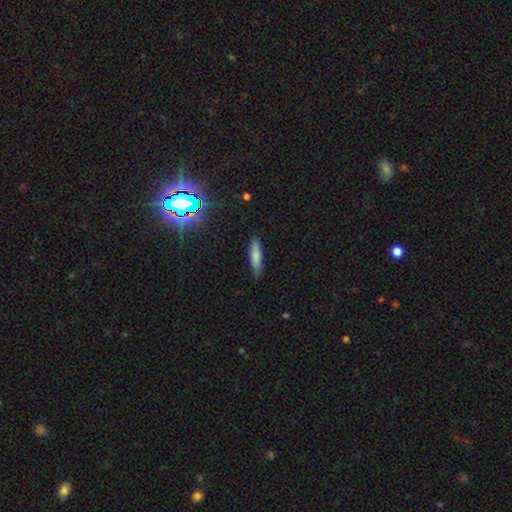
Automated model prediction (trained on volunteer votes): Overall: smooth (78%). How rounded: cigar-shaped (72%). Merging: none (82%).